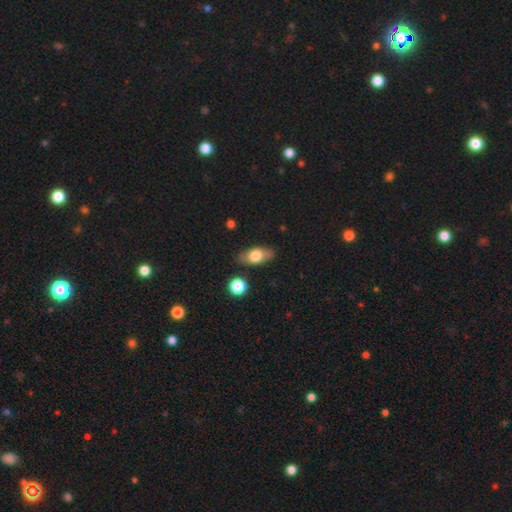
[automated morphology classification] Overall: smooth (69%). How rounded: in between (84%). Merging: none (83%).